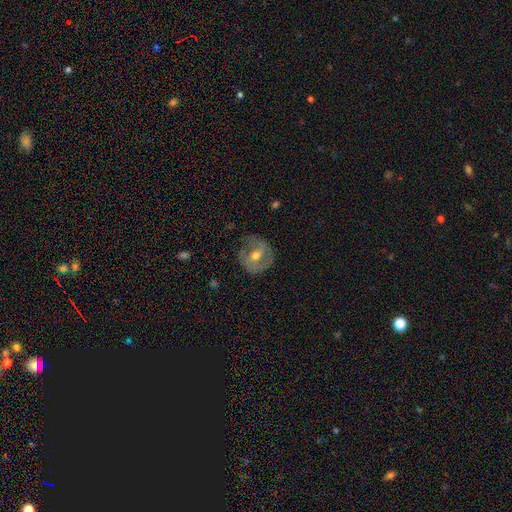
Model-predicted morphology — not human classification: A featured or disk galaxy (63%) with no bar (42%), spiral arms (68%) and a moderate central bulge (72%).

Vote fractions:
- Smooth or featured? featured or disk: 63% / smooth: 30% / star or artifact: 7%
- Edge-on disk? no: 96% / yes: 4%
- Bar? no: 42% / weak: 40% / strong: 18%
- Spiral arms? yes: 68% / no: 32%
- Bulge size? moderate: 72% / small: 23% / large: 4% / none: 1% / dominant: 1%
- Merging? none: 72% / minor disturbance: 19% / major disturbance: 8% / merger: 1%